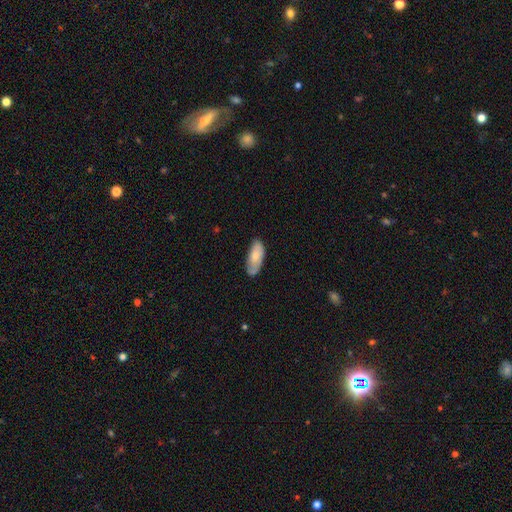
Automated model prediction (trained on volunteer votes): smooth_or_featured: smooth (p=0.71) [alt: featured or disk p=0.23]
how_rounded: in between (p=0.87) [alt: cigar-shaped p=0.11]
merging: none (p=0.69) [alt: minor disturbance p=0.24]